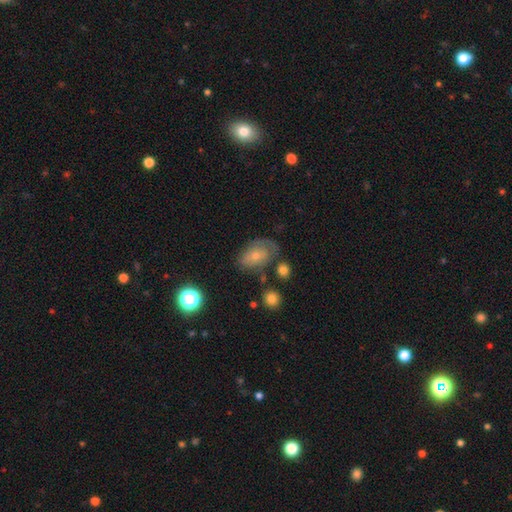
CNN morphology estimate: This appears to be a smooth galaxy with no disk features (52%) that is in between round and cigar-shaped (83%). Merging: none (48%).